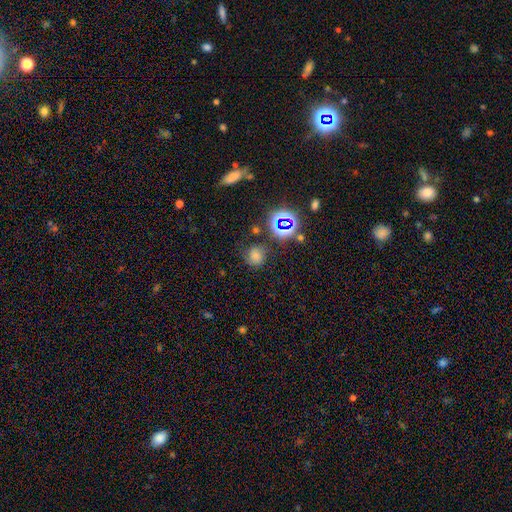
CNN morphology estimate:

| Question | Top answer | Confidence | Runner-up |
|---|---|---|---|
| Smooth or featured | smooth | 63% | star or artifact (27%) |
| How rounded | round | 82% | in between (17%) |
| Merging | none | 71% | minor disturbance (18%) |